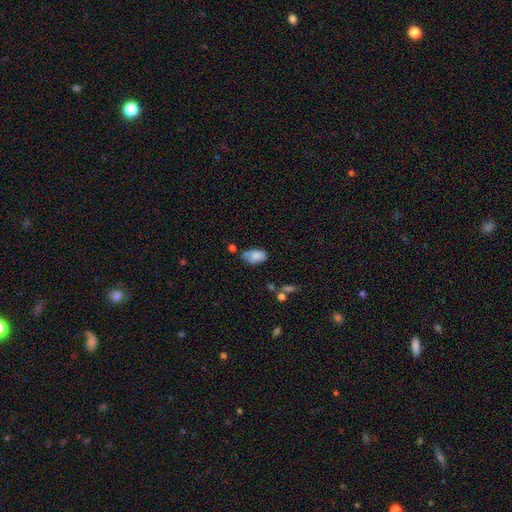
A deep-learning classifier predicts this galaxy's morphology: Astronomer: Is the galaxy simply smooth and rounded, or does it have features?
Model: smooth — 79%.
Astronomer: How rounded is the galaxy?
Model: in between — 90%.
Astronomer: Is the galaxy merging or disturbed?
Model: none — 42% (runner-up: minor disturbance, 29%).